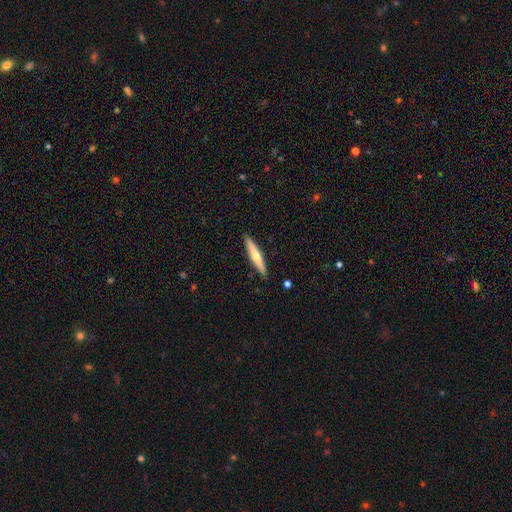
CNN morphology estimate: A featured or disk galaxy (49%).

Vote fractions:
- Smooth or featured? featured or disk: 49% / smooth: 46% / star or artifact: 5%
- Merging? none: 91% / minor disturbance: 7% / major disturbance: 1% / merger: 1%